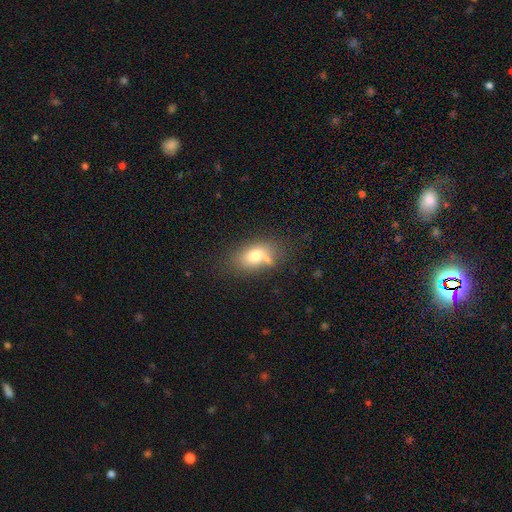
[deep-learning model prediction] This is likely a smooth galaxy (73%). How rounded: clearly in between (82%). Merging: possibly none (55%).